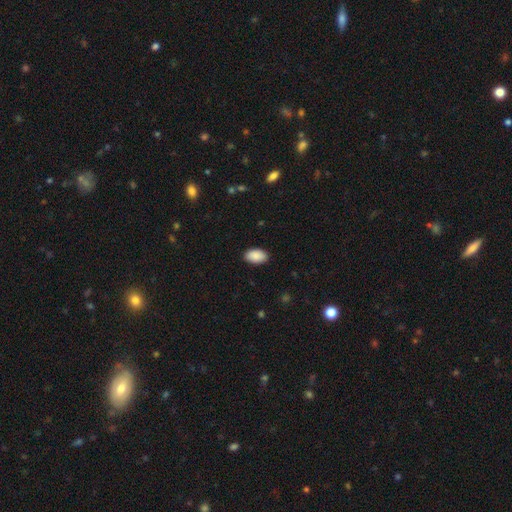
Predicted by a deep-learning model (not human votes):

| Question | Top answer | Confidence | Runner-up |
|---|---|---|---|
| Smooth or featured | smooth | 90% | star or artifact (6%) |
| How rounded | in between | 95% | round (4%) |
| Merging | none | 89% | minor disturbance (8%) |